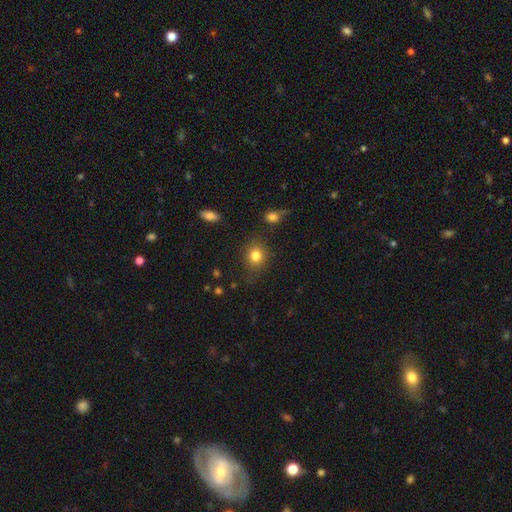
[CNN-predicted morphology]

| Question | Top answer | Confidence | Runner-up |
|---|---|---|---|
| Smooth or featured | smooth | 82% | star or artifact (11%) |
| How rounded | round | 67% | in between (32%) |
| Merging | none | 80% | minor disturbance (14%) |